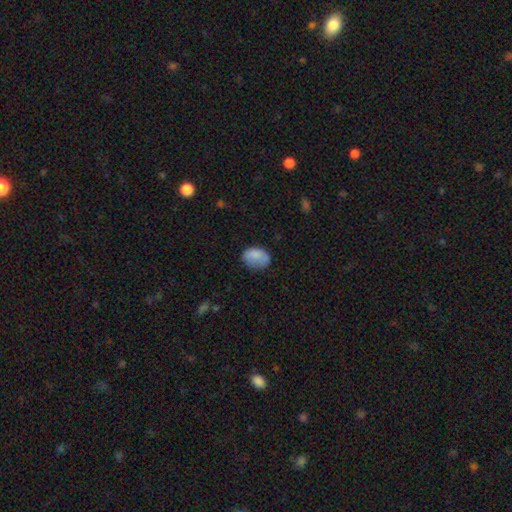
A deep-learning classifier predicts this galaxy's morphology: This is clearly a smooth galaxy (83%). How rounded: likely in between (76%). Merging: likely none (63%).